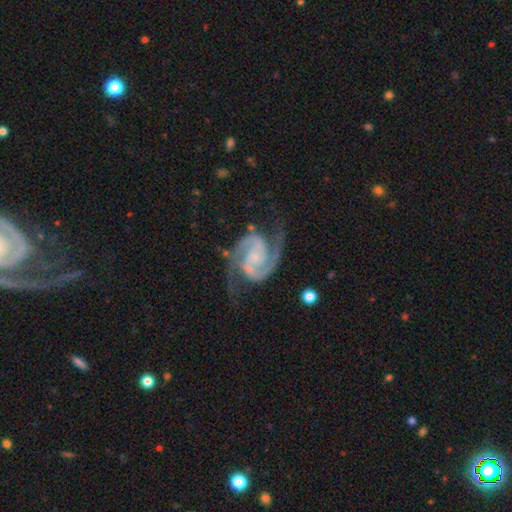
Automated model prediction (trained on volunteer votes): Morphology: type=featured or disk (94%); edge-on=no (98%); bar=no (57%); spiral arms=yes (99%); winding=medium (58%); arm count=2 (93%); bulge=small (63%); merging=none (74%).